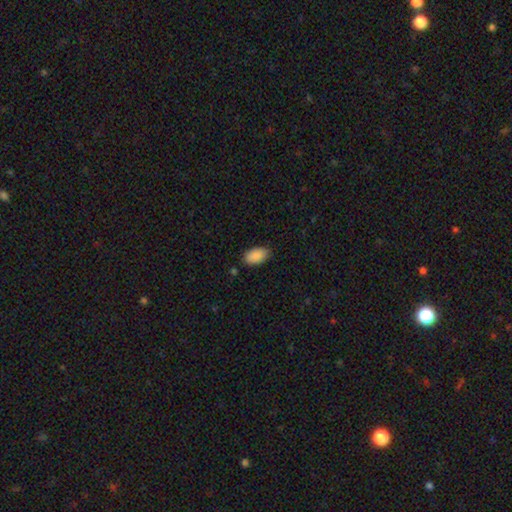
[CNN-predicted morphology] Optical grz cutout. It shows a smooth galaxy with no disk features (89%) that is in between round and cigar-shaped (94%). Merging: none (84%).